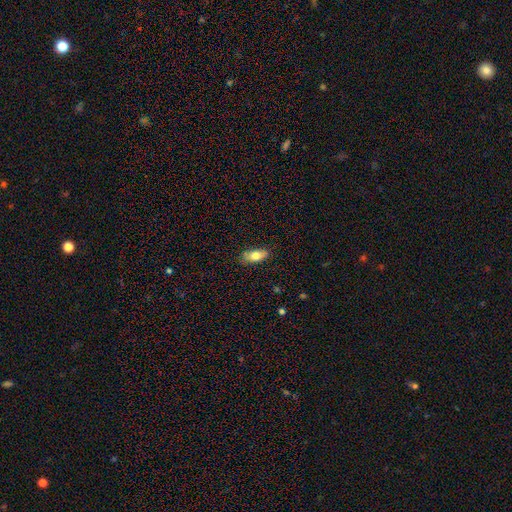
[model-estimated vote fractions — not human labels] Smooth or featured?
  - smooth: 75% *
  - featured or disk: 18%
  - star or artifact: 7%
How rounded?
  - in between: 81% *
  - cigar-shaped: 16%
  - round: 3%
Merging?
  - none: 83% *
  - minor disturbance: 13%
  - major disturbance: 2%
  - merger: 1%